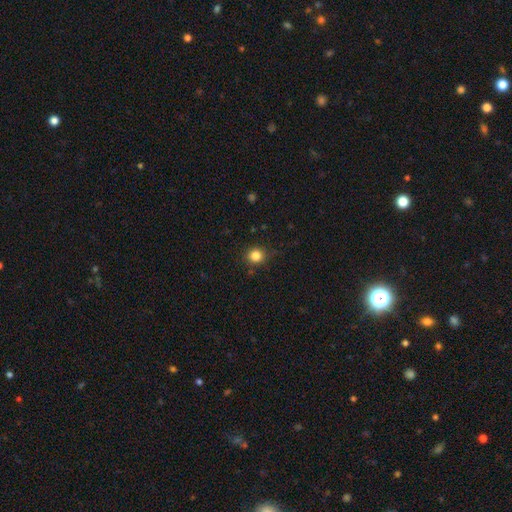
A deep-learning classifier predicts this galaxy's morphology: Smooth or featured? Predicted: smooth (p=0.84). How rounded? Predicted: round (p=0.88). Merging? Predicted: none (p=0.87).